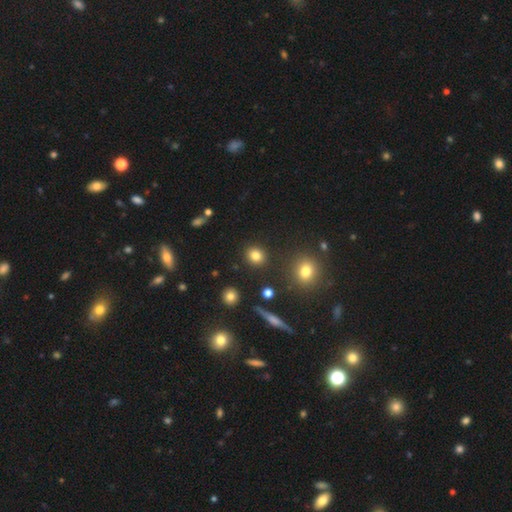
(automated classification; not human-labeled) smooth_or_featured: smooth (p=0.82) [alt: star or artifact p=0.12]
how_rounded: round (p=0.83) [alt: in between p=0.15]
merging: none (p=0.90) [alt: minor disturbance p=0.06]